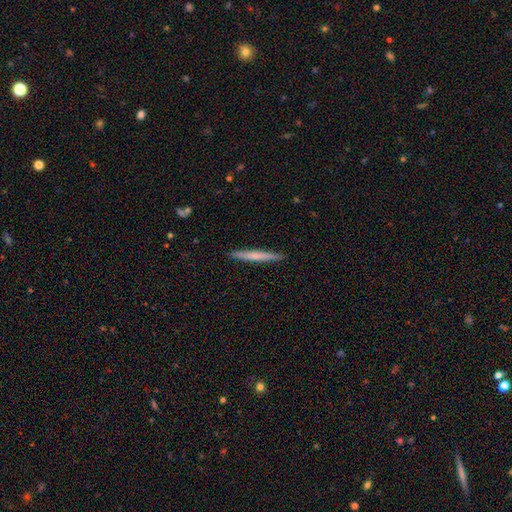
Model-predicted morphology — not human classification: A smooth galaxy with no disk features (59%) that is cigar-shaped (97%). Merging: none (92%).